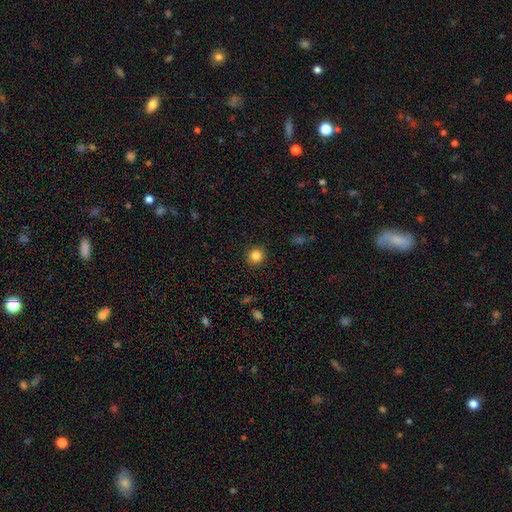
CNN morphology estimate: A smooth galaxy with no disk features (84%) that is round (92%). Merging: none (91%).